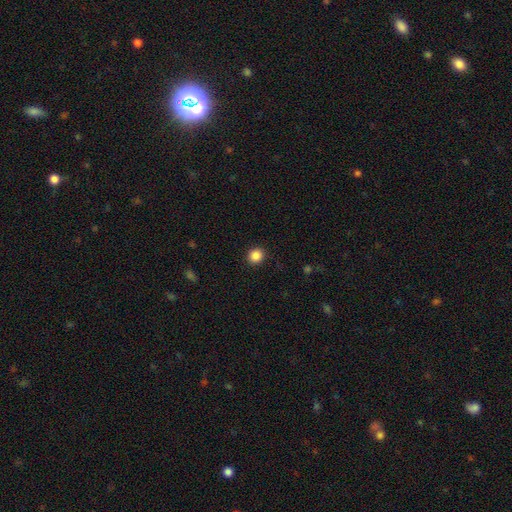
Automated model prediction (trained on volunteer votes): The model was most divided on "how rounded": round: 80%, in between: 19%, cigar-shaped: 1%. More confident: merging — none (91%); smooth or featured — smooth (87%).